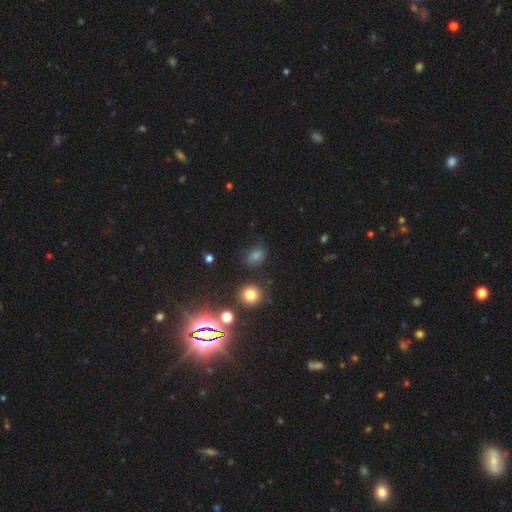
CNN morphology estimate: This is possibly a smooth galaxy (48%). Merging: likely none (74%).